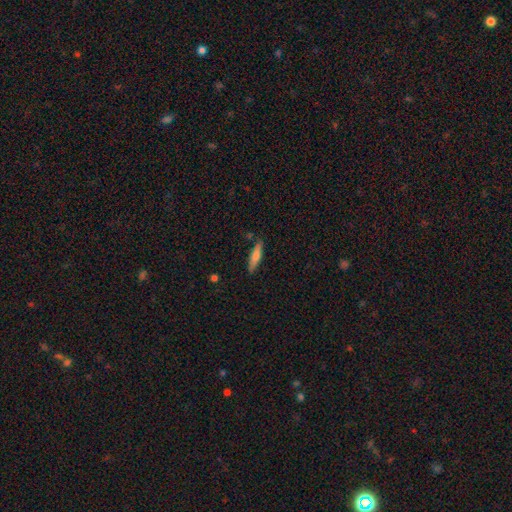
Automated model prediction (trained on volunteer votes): Overall: smooth (65%; featured or disk 29%). How rounded: cigar-shaped (80%). Merging: none (83%).